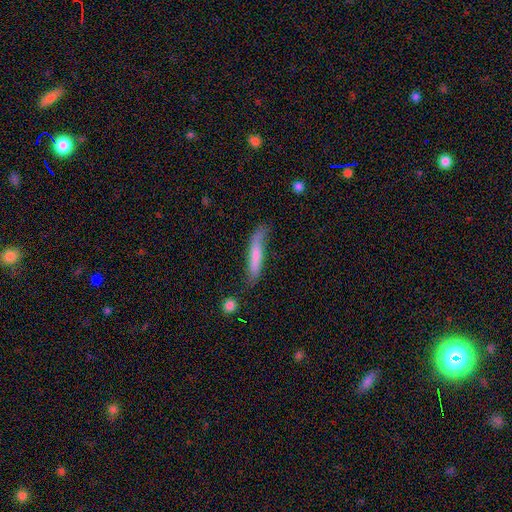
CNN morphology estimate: smooth 60%, featured or disk 34%, star or artifact 6%. Down the decision tree: how rounded — cigar-shaped (91%); merging — none (55%).